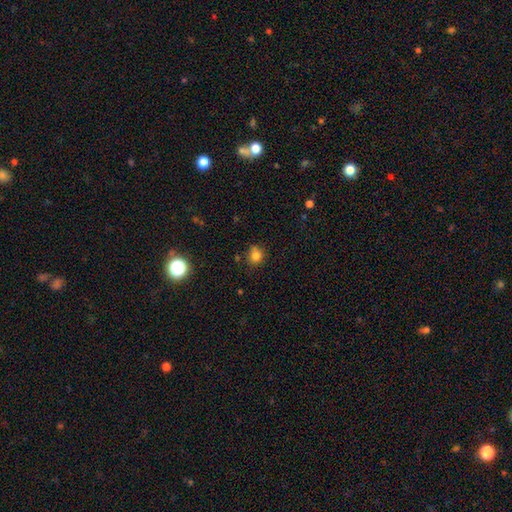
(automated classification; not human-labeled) smooth-or-featured: smooth: 81% | star or artifact: 13% | featured or disk: 6%
  how-rounded: round: 76% | in between: 23% | cigar-shaped: 1%
  merging: none: 73% | minor disturbance: 20% | major disturbance: 4% | merger: 3%